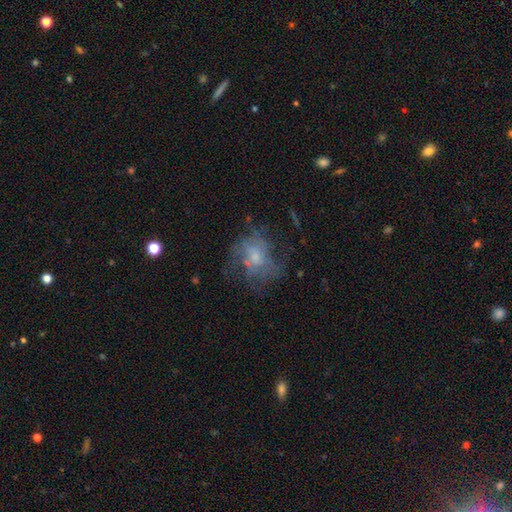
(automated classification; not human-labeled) Overall: featured or disk (54%; smooth 32%). Edge-on disk: no (97%). Bar: no (78%). Spiral arms: yes (52%; no 48%). Bulge size: small (46%; moderate 35%). Merging: none (50%; major disturbance 27%).